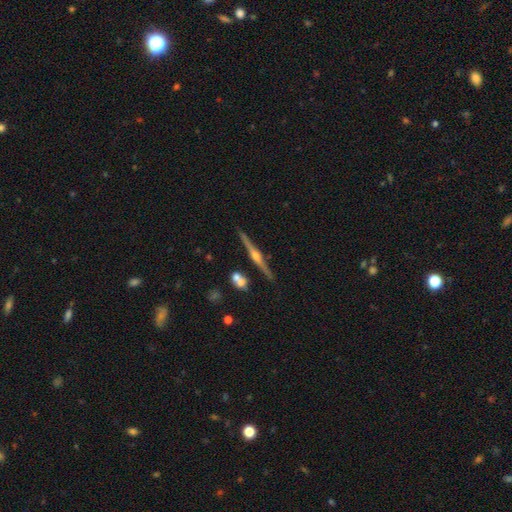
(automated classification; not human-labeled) Smooth or featured: featured or disk — 87% (smooth — 7%)
Edge-on disk: yes — 99% (no — 1%)
Edge-on bulge: rounded — 93% (boxy — 4%)
Merging: none — 89% (minor disturbance — 6%)